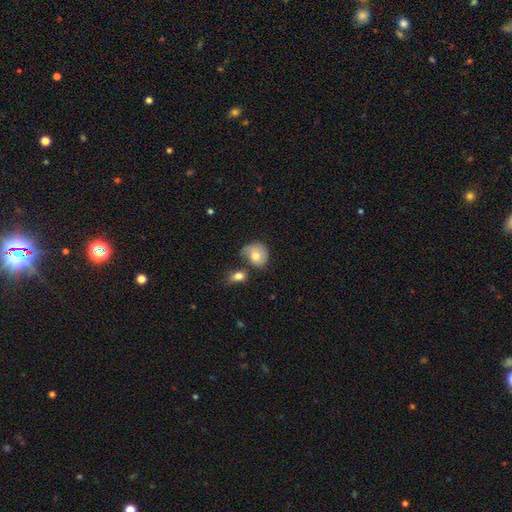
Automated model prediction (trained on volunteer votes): smooth 72%, featured or disk 20%, star or artifact 8%. Down the decision tree: how rounded — round (64%); merging — none (42%).